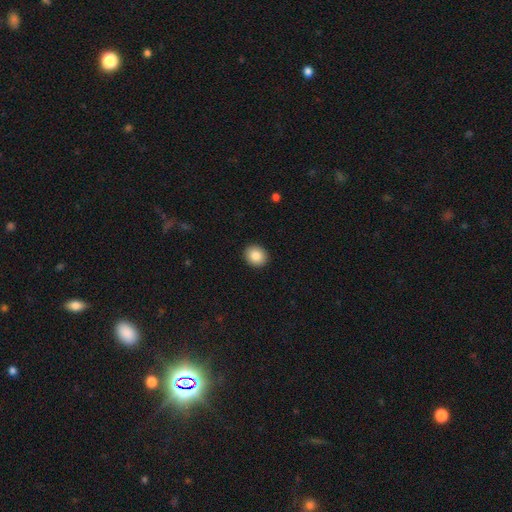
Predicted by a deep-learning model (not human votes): Overall: smooth (86%). How rounded: round (74%). Merging: none (92%).